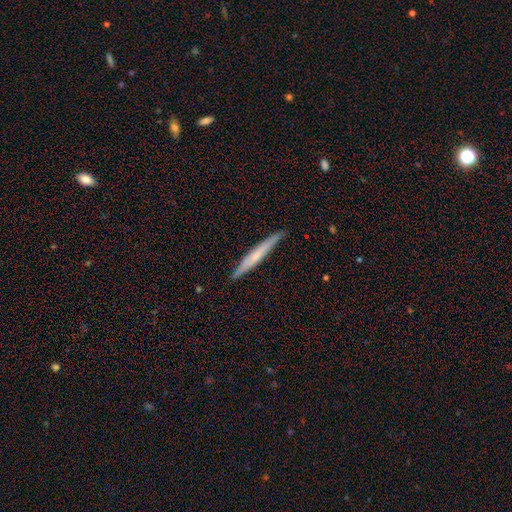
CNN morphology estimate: Overall: smooth (47%, tied with featured or disk). Merging: none (89%).